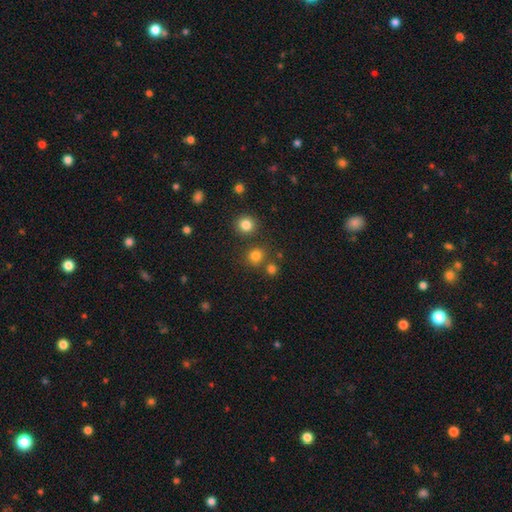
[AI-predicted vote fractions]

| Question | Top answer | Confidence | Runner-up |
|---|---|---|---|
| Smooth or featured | smooth | 79% | star or artifact (16%) |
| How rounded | round | 88% | in between (11%) |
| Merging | none | 77% | merger (12%) |